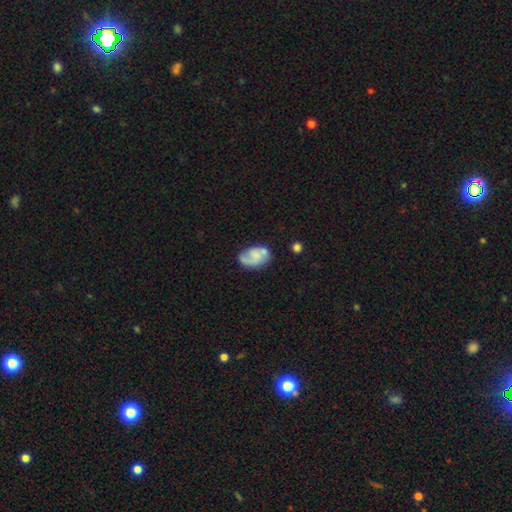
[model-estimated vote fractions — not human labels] featured or disk 53%, smooth 40%, star or artifact 7%. Down the decision tree: edge-on disk — no (97%); bar — no (65%); spiral arms — yes (81%); bulge size — none (45%); merging — none (53%).